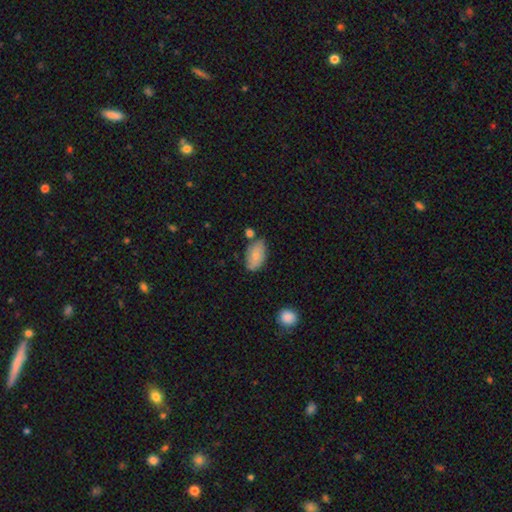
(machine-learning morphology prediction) Q: Smooth or featured?
A: smooth (74%); runner-up: featured or disk (20%)
Q: How rounded?
A: in between (92%); runner-up: round (6%)
Q: Merging?
A: none (62%); runner-up: minor disturbance (24%)